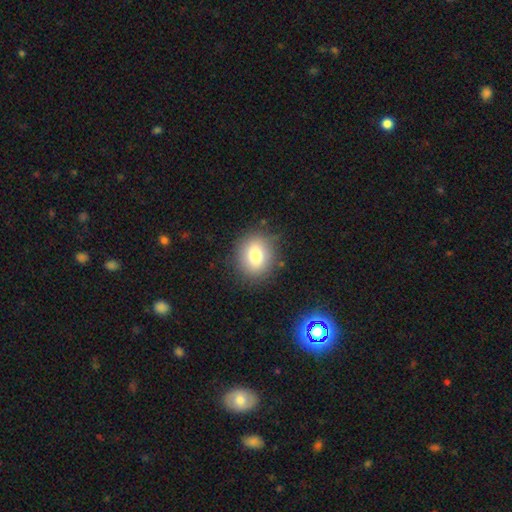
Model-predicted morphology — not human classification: A smooth galaxy with no disk features (77%) that is round (65%).

Vote fractions:
- Smooth or featured? smooth: 77% / featured or disk: 12% / star or artifact: 11%
- How rounded? round: 65% / in between: 34% / cigar-shaped: 1%
- Merging? none: 85% / minor disturbance: 10% / major disturbance: 3% / merger: 2%